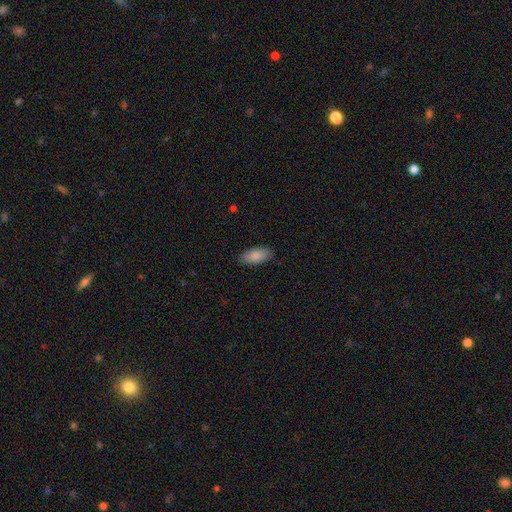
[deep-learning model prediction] The model was most divided on "merging": none: 88%, minor disturbance: 9%, major disturbance: 2%, merger: 1%. More confident: how rounded — in between (90%); smooth or featured — smooth (87%).